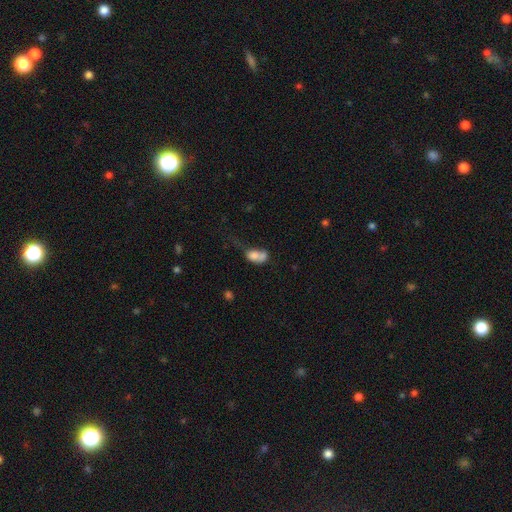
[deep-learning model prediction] Smooth or featured?
  - smooth: 71% *
  - featured or disk: 19%
  - star or artifact: 10%
How rounded?
  - in between: 78% *
  - round: 19%
  - cigar-shaped: 3%
Merging?
  - merger: 42% *
  - major disturbance: 23%
  - none: 19%
  - minor disturbance: 17%